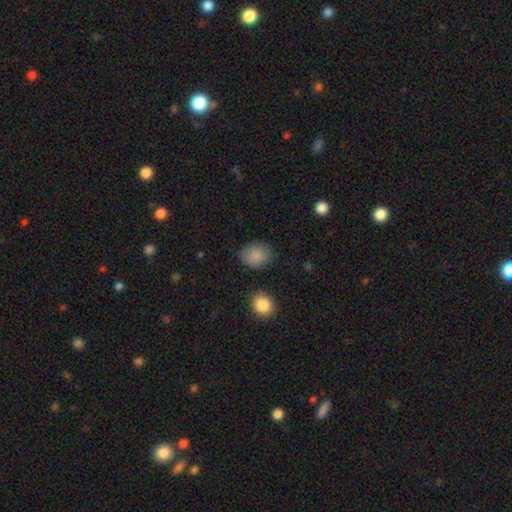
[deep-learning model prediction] This appears to be a smooth galaxy with no disk features (85%) that is round (58%). Merging: none (76%).